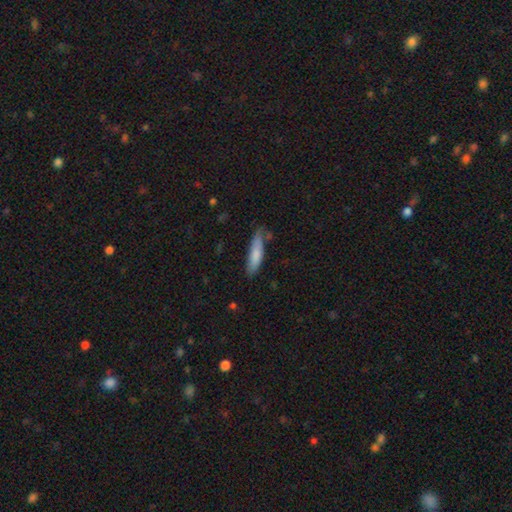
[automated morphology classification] Q: Smooth or featured?
A: smooth (79%); runner-up: featured or disk (15%)
Q: How rounded?
A: cigar-shaped (70%); runner-up: in between (28%)
Q: Merging?
A: none (66%); runner-up: minor disturbance (23%)